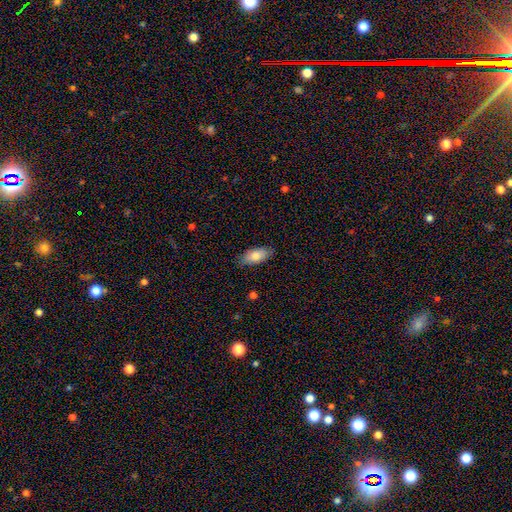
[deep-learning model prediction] Q: Smooth or featured?
A: smooth (81%); runner-up: featured or disk (13%)
Q: How rounded?
A: in between (90%); runner-up: cigar-shaped (8%)
Q: Merging?
A: none (84%); runner-up: minor disturbance (12%)